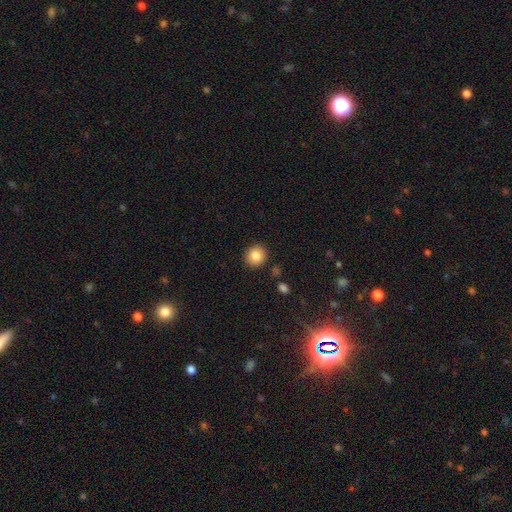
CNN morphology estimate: This appears to be a smooth galaxy with no disk features (84%) that is round (86%). Merging: none (89%).